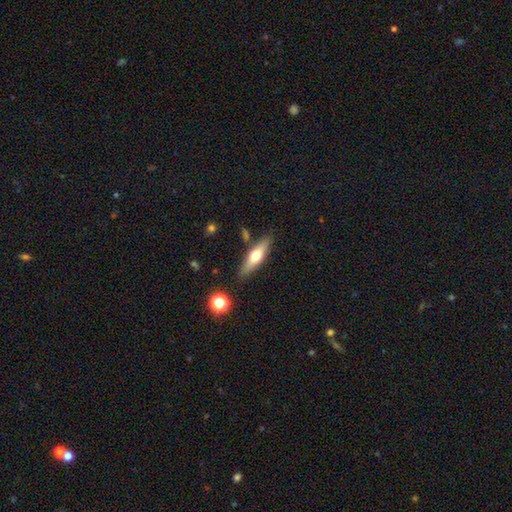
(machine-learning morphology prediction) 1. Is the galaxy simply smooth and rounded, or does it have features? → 49% smooth, 45% featured or disk, 6% star or artifact.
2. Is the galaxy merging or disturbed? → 84% none, 10% minor disturbance, 4% merger, 2% major disturbance.